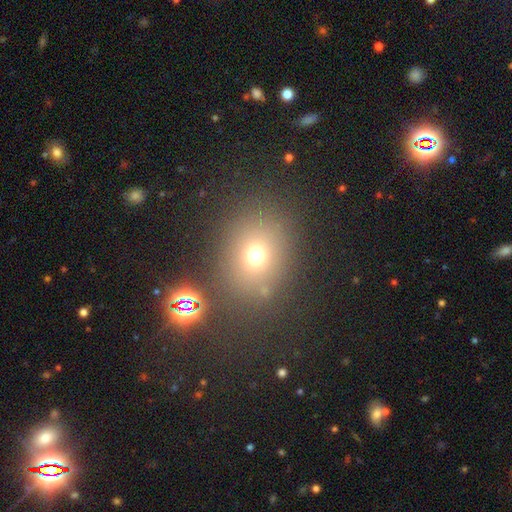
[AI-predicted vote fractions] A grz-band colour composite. It shows a smooth galaxy with no disk features (68%) that is round (61%). Merging: none (75%).